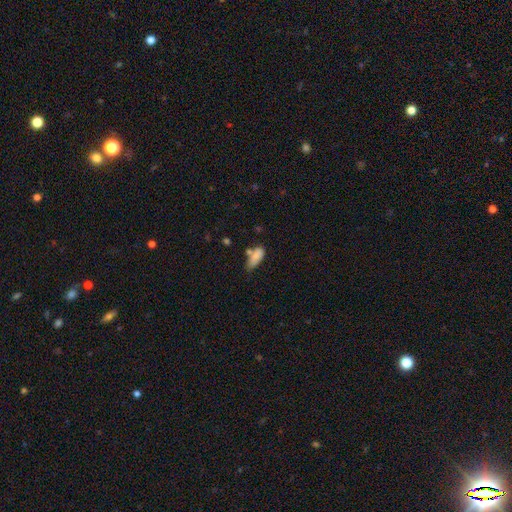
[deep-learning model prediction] Smooth or featured? Predicted: smooth (p=0.81). How rounded? Predicted: in between (p=0.77). Merging? Predicted: none (p=0.44).